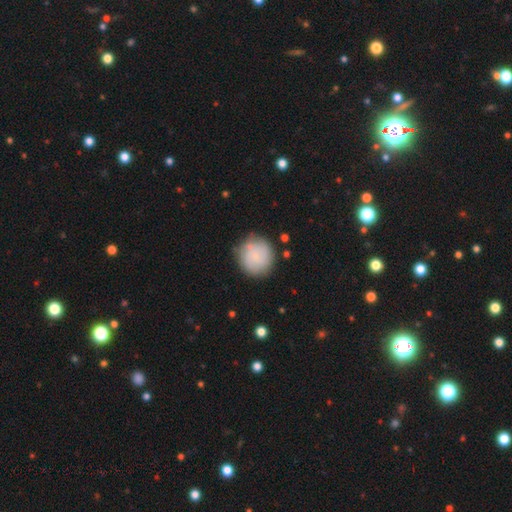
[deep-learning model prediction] This appears to be a smooth galaxy with no disk features (73%) that is round (91%). Merging: none (76%).